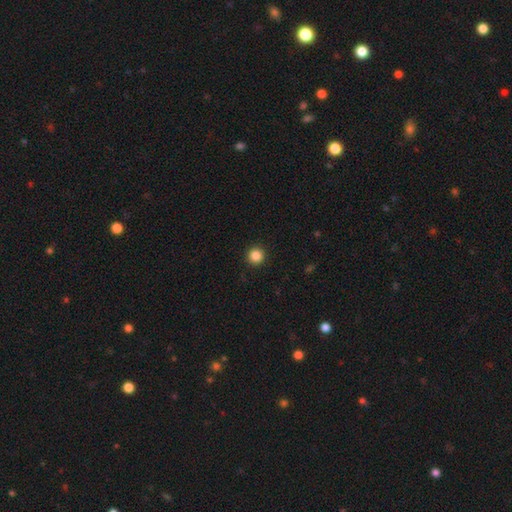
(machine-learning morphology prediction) The model was most divided on "smooth or featured": smooth: 86%, star or artifact: 10%, featured or disk: 3%. More confident: how rounded — round (96%); merging — none (93%).